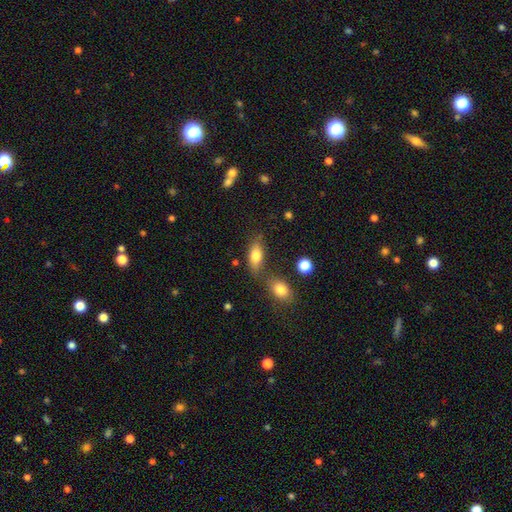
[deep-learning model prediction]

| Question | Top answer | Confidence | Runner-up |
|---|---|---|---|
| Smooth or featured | smooth | 78% | featured or disk (13%) |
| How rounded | in between | 84% | cigar-shaped (11%) |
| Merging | none | 59% | merger (19%) |